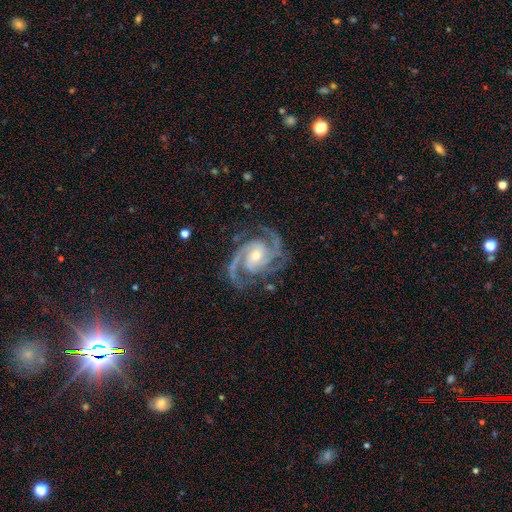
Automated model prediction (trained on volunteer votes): Smooth or featured? Predicted: featured or disk (p=0.94). Edge-on disk? Predicted: no (p=0.98). Bar? Predicted: no (p=0.56). Spiral arms? Predicted: yes (p=0.99). Spiral winding? Predicted: medium (p=0.49). Spiral arm count? Predicted: 3 (p=0.42). Bulge size? Predicted: moderate (p=0.48, tied with small). Merging? Predicted: none (p=0.77).